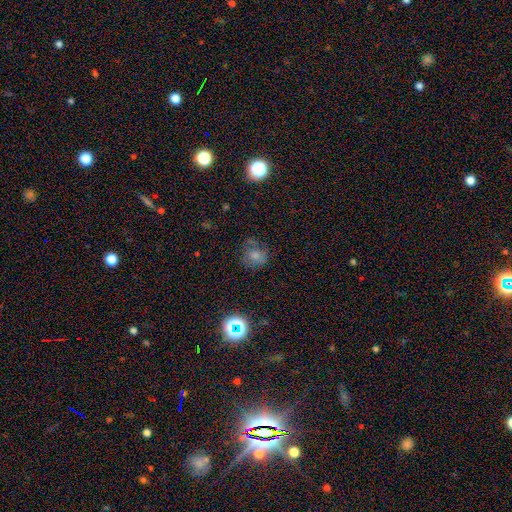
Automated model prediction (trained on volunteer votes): smooth 68%, star or artifact 18%, featured or disk 15%. Down the decision tree: how rounded — round (77%); merging — none (60%).